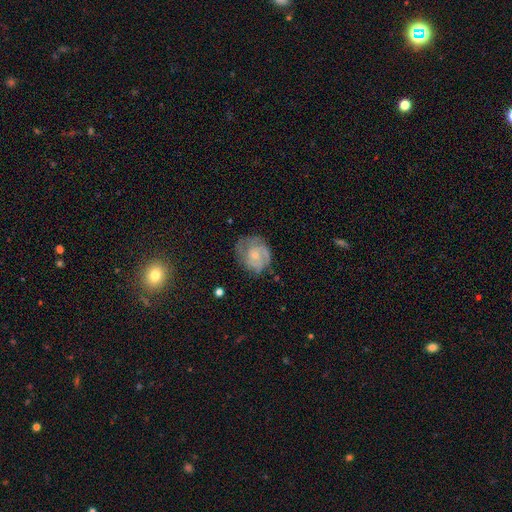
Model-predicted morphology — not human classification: Smooth or featured?
  - featured or disk: 70% *
  - smooth: 22%
  - star or artifact: 7%
Edge-on disk?
  - no: 98% *
  - yes: 2%
Bar?
  - no: 76% *
  - weak: 21%
  - strong: 3%
Spiral arms?
  - yes: 89% *
  - no: 11%
Spiral winding?
  - tight: 51% *
  - medium: 38%
  - loose: 11%
Spiral arm count?
  - 2: 36% *
  - can't tell: 27%
  - 3: 22%
  - 1: 6%
  - 4: 5%
  - more than 4: 4%
Bulge size?
  - small: 64% *
  - moderate: 29%
  - none: 4%
  - large: 2%
  - dominant: 1%
Merging?
  - none: 60% *
  - minor disturbance: 25%
  - major disturbance: 13%
  - merger: 2%